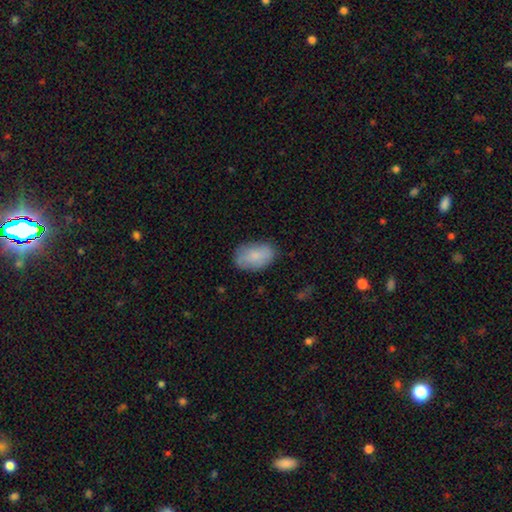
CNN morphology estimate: A smooth galaxy with no disk features (80%) that is in between round and cigar-shaped (90%). Merging: none (77%).